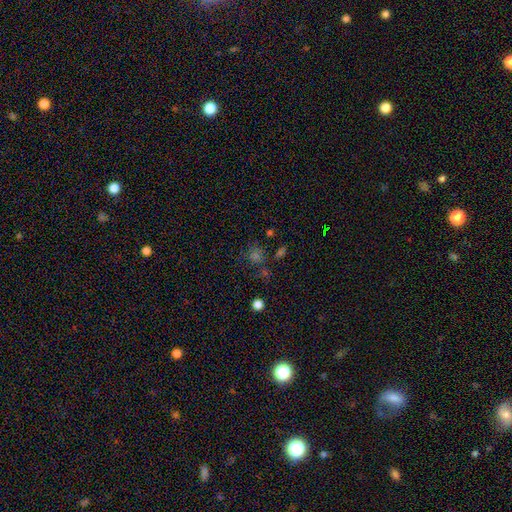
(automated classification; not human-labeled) smooth-or-featured: smooth: 48% | star or artifact: 39% | featured or disk: 13%
  merging: none: 67% | minor disturbance: 15% | merger: 10% | major disturbance: 8%